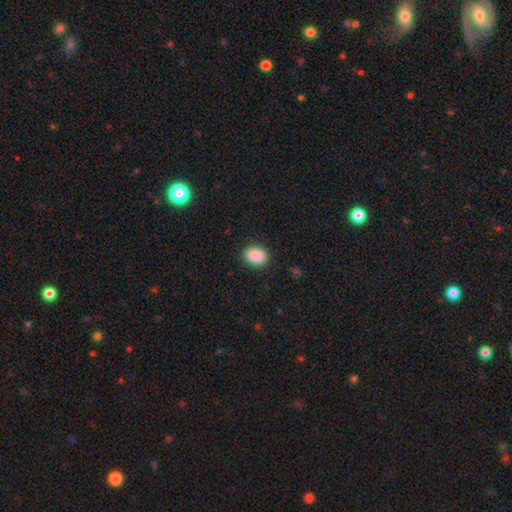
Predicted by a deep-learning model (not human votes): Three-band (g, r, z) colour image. It shows a smooth galaxy with no disk features (90%) that is in between round and cigar-shaped (76%). Merging: none (88%).